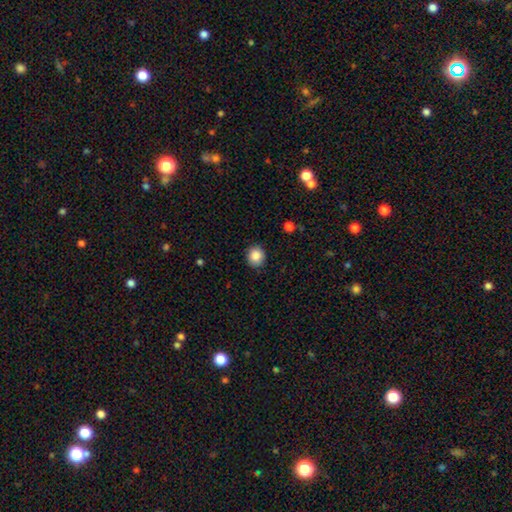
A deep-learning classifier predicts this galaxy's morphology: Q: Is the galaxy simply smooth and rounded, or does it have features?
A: smooth — 87%.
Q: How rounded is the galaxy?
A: round — 82%.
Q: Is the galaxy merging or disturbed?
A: none — 90%.